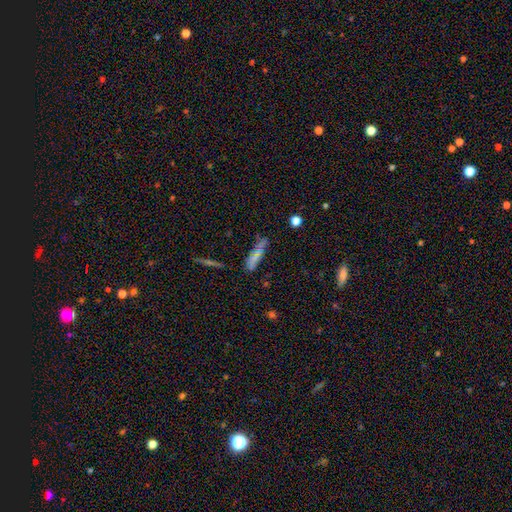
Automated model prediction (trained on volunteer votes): Smooth or featured? Predicted: smooth (p=0.65). How rounded? Predicted: cigar-shaped (p=0.79). Merging? Predicted: none (p=0.59).